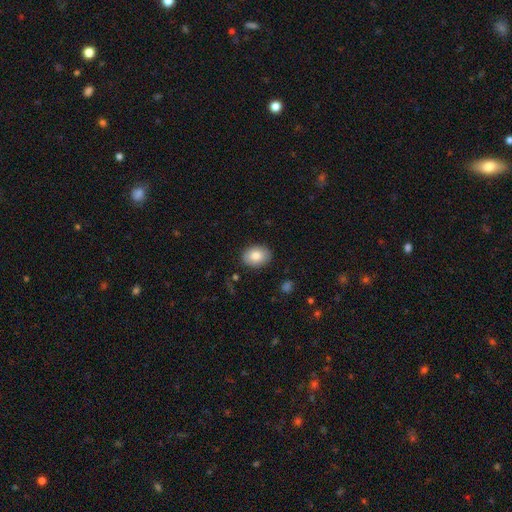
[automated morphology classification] smooth 82%, featured or disk 10%, star or artifact 7%. Down the decision tree: how rounded — in between (67%); merging — none (87%).